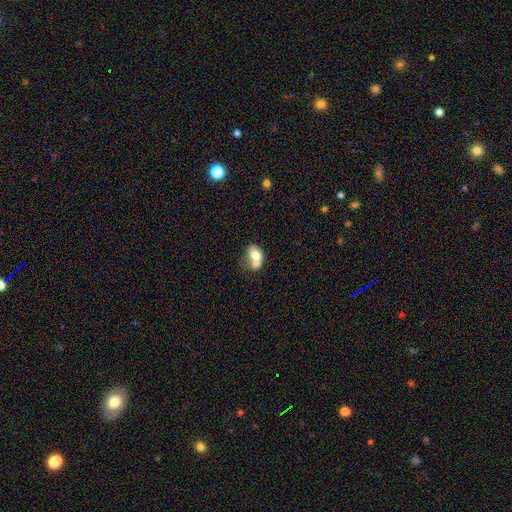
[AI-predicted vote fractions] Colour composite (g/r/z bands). It shows a smooth galaxy with no disk features (67%) that is in between round and cigar-shaped (59%). Merging: merger (64%).